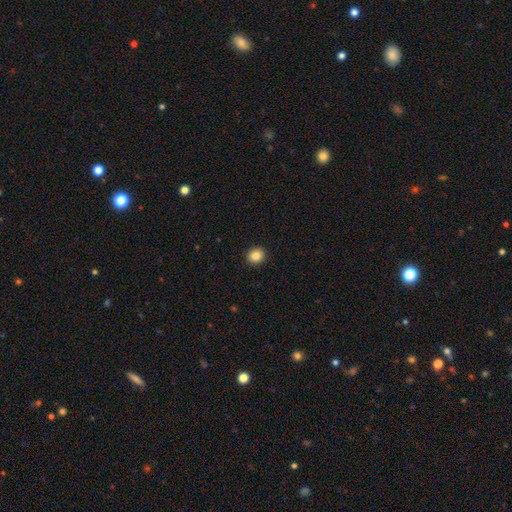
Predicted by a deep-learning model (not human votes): Smooth or featured? Predicted: smooth (p=0.86). How rounded? Predicted: round (p=0.87). Merging? Predicted: none (p=0.93).